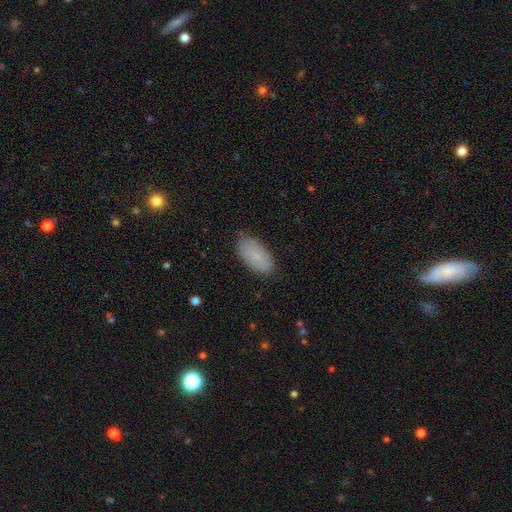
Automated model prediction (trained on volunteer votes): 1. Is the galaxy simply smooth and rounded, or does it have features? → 74% smooth, 18% featured or disk, 8% star or artifact.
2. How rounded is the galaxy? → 94% in between, 4% cigar-shaped, 3% round.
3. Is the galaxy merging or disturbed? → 81% none, 15% minor disturbance, 3% major disturbance, 1% merger.